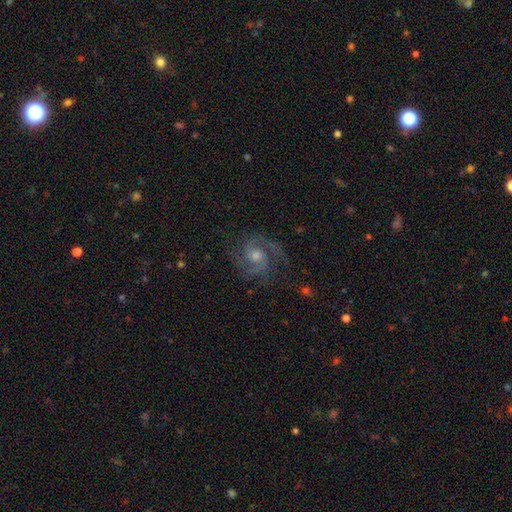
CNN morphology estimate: smooth-or-featured: featured or disk: 88% | star or artifact: 7% | smooth: 5%
  disk-edge-on: no: 98% | yes: 2%
    bar: no: 59% | weak: 34% | strong: 6%
    has-spiral-arms: yes: 98% | no: 2%
      spiral-winding: medium: 54% | tight: 35% | loose: 11%
      spiral-arm-count: 2: 64% | 3: 19% | can't tell: 7% | 4: 4% | 1: 3% | more than 4: 3%
    bulge-size: moderate: 57% | small: 33% | large: 6% | none: 3% | dominant: 1%
  merging: none: 75% | minor disturbance: 15% | major disturbance: 8% | merger: 1%